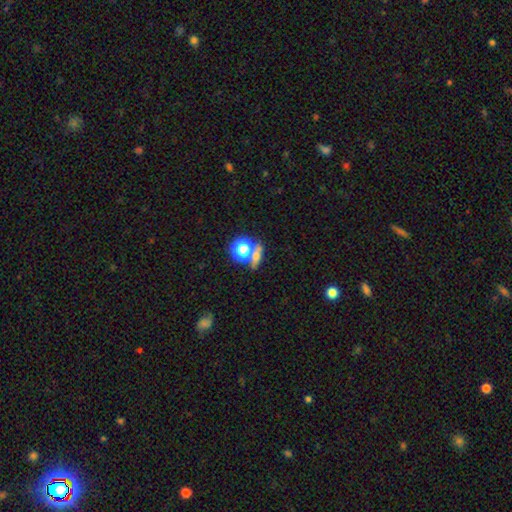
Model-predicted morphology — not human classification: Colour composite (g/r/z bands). It shows a smooth galaxy with no disk features (52%) that is round (44%). Merging: none (60%).